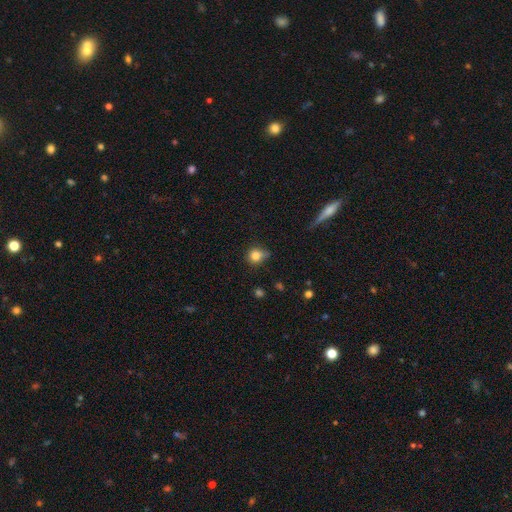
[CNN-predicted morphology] smooth 81%, star or artifact 11%, featured or disk 8%. Down the decision tree: how rounded — round (81%); merging — none (56%).